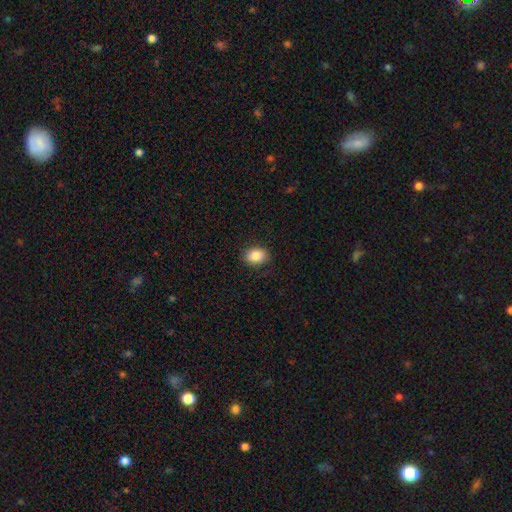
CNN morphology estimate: smooth 86%, star or artifact 8%, featured or disk 6%. Down the decision tree: how rounded — in between (66%); merging — none (88%).